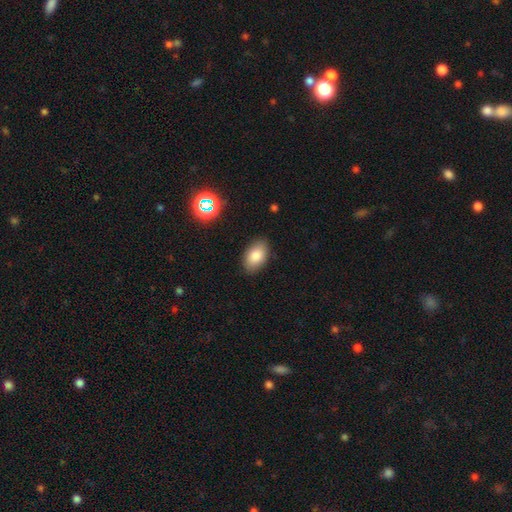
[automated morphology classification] A smooth galaxy with no disk features (82%) that is in between round and cigar-shaped (92%). Merging: none (87%).